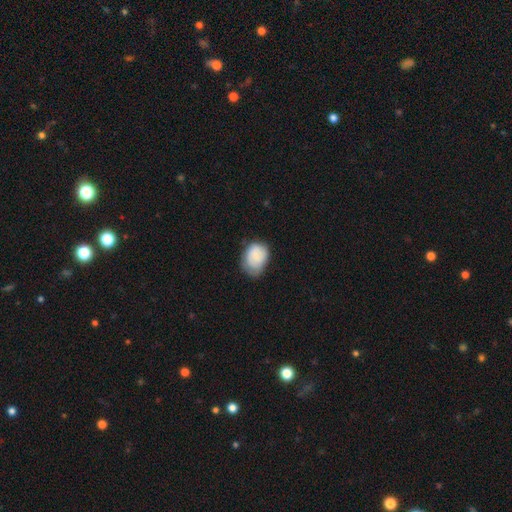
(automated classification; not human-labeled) Smooth or featured? Predicted: smooth (p=0.67). How rounded? Predicted: in between (p=0.59). Merging? Predicted: none (p=0.51).